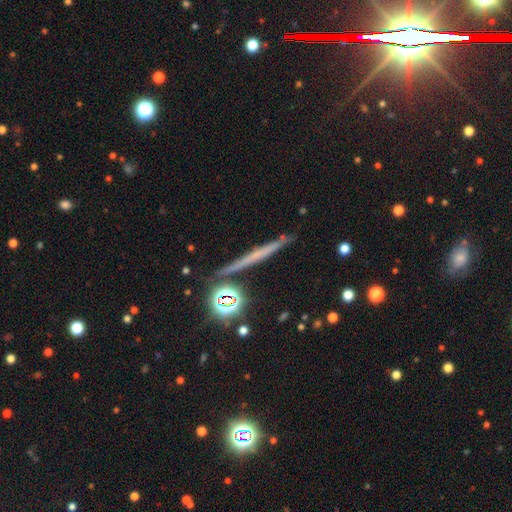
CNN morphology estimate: smooth-or-featured: featured or disk: 47% | smooth: 35% | star or artifact: 18%
  merging: none: 87% | minor disturbance: 8% | merger: 3% | major disturbance: 2%